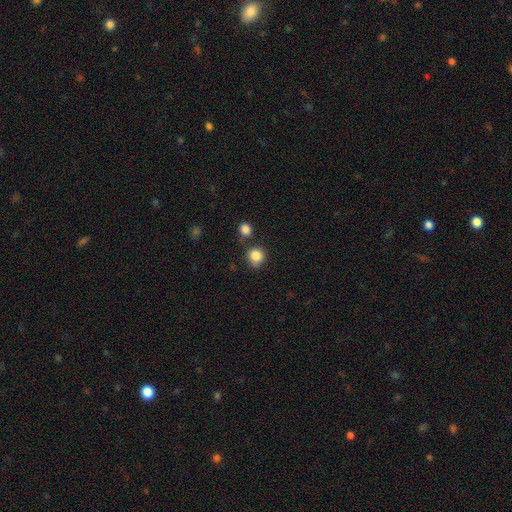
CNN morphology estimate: The model was most divided on "merging": none: 68%, minor disturbance: 17%, merger: 10%, major disturbance: 4%. More confident: how rounded — round (85%); smooth or featured — smooth (85%).